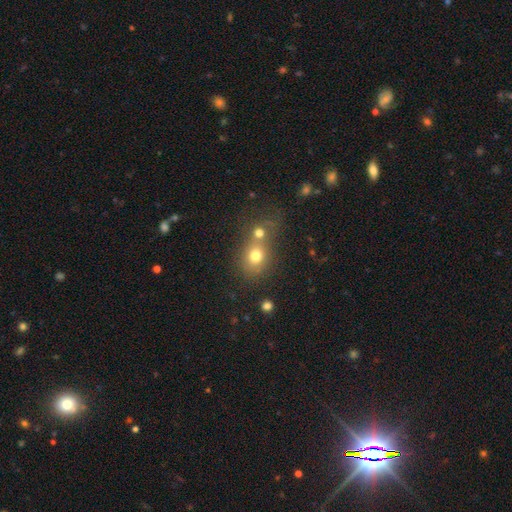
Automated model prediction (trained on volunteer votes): smooth 73%, star or artifact 15%, featured or disk 12%. Down the decision tree: how rounded — round (67%); merging — merger (45%).